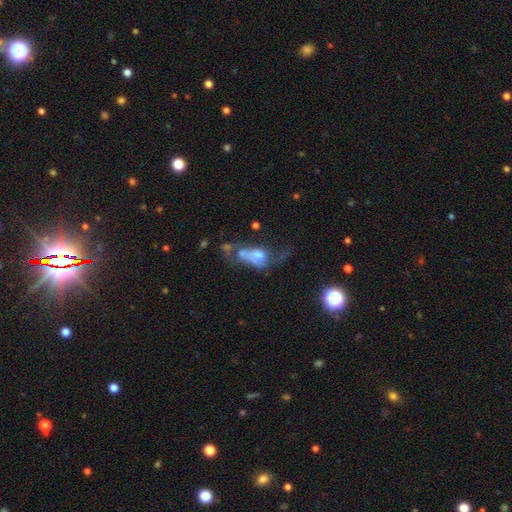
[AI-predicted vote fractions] Smooth or featured? smooth (46%)
Merging? major disturbance (37%, tied with merger)